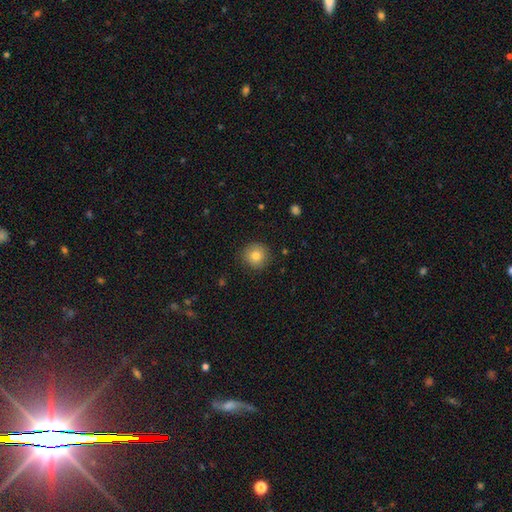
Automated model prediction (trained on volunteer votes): This appears to be a smooth galaxy with no disk features (80%) that is round (94%). Merging: none (88%).